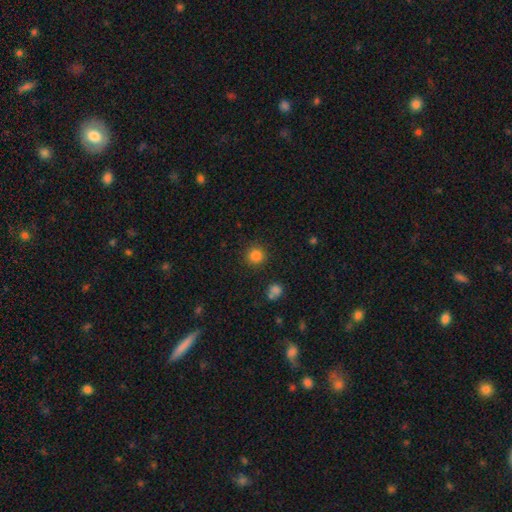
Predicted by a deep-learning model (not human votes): Overall: smooth (83%). How rounded: round (94%). Merging: none (90%).